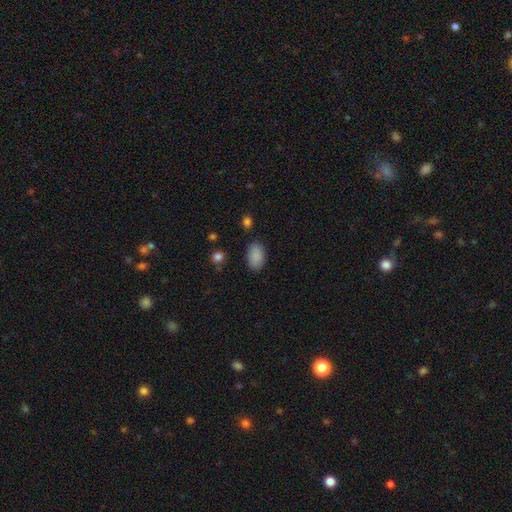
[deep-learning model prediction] The model was most divided on "merging": none: 83%, minor disturbance: 12%, major disturbance: 3%, merger: 2%. More confident: how rounded — in between (92%); smooth or featured — smooth (89%).